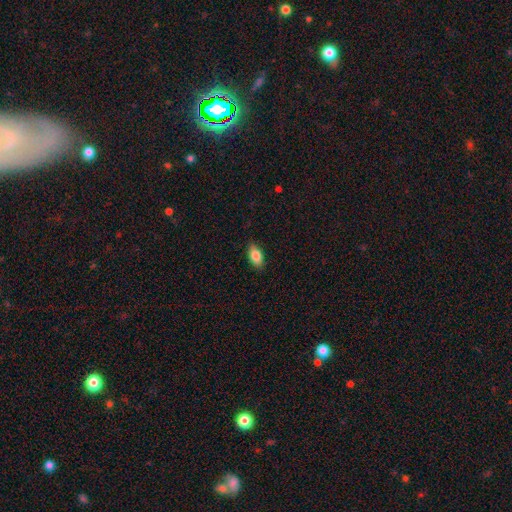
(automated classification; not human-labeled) Overall: smooth (83%). How rounded: in between (89%). Merging: none (84%).